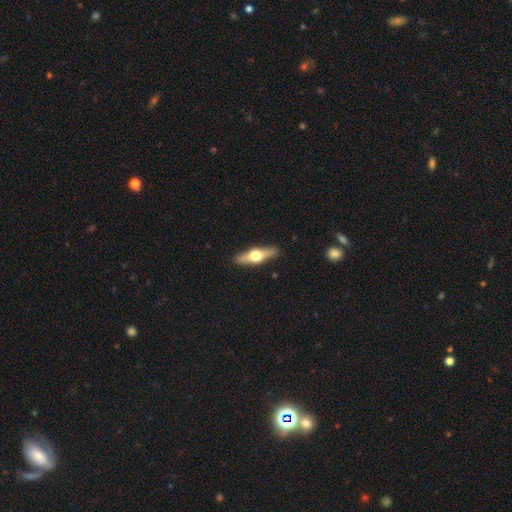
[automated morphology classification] featured or disk 62%, smooth 33%, star or artifact 5%. Down the decision tree: edge-on disk — yes (95%); edge-on bulge — rounded (96%); merging — none (90%).